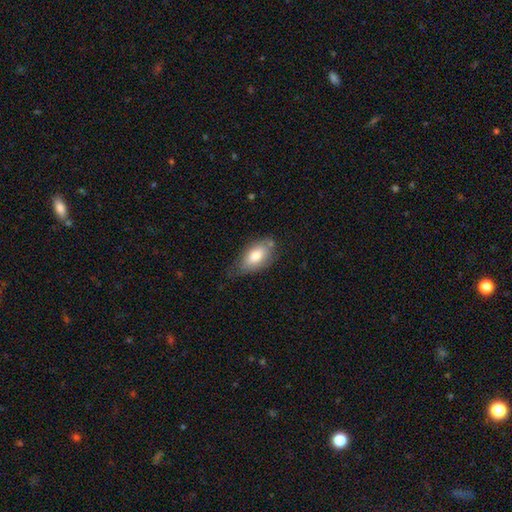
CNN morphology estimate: Overall: smooth (76%). How rounded: in between (91%). Merging: none (58%; minor disturbance 31%).